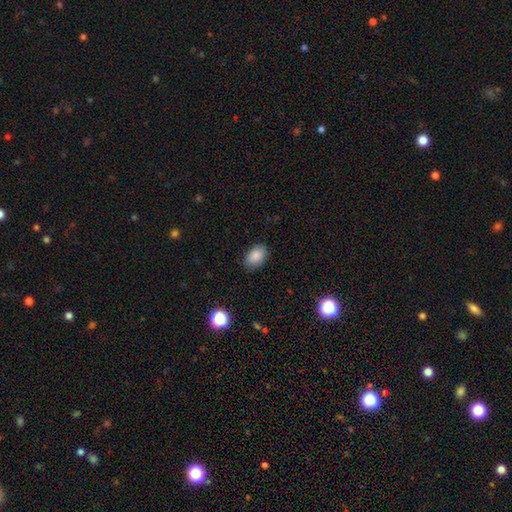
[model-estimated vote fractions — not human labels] smooth 87%, star or artifact 8%, featured or disk 5%. Down the decision tree: how rounded — in between (88%); merging — none (85%).